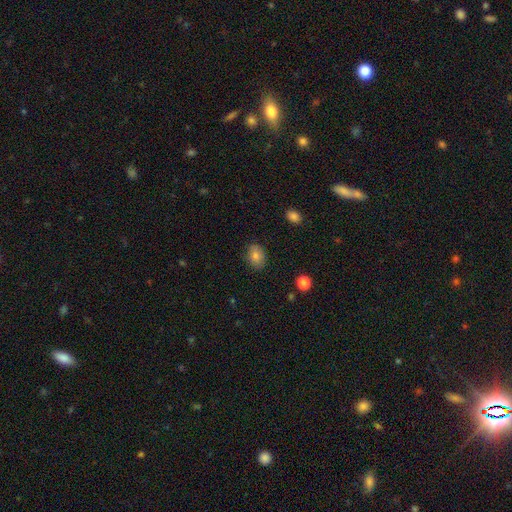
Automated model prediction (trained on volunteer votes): Smooth or featured?
  - smooth: 81% *
  - featured or disk: 10%
  - star or artifact: 9%
How rounded?
  - in between: 70% *
  - round: 29%
  - cigar-shaped: 1%
Merging?
  - none: 84% *
  - minor disturbance: 13%
  - major disturbance: 3%
  - merger: 1%